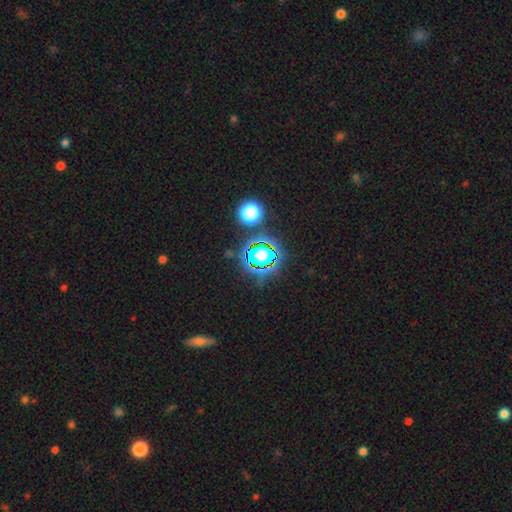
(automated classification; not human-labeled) The model was most divided on "smooth or featured": star or artifact: 78%, smooth: 14%, featured or disk: 7%.